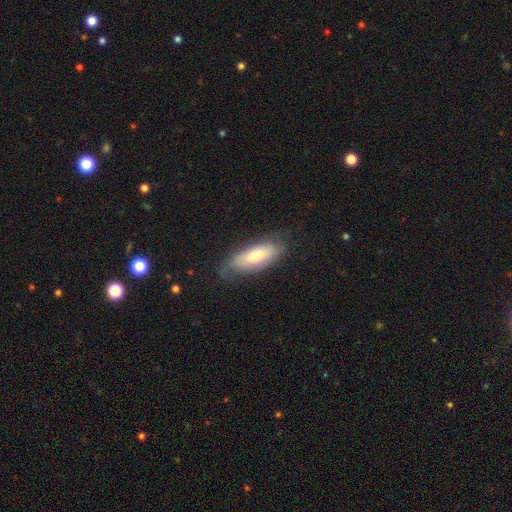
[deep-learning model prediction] This appears to be a smooth galaxy with no disk features (68%) that is in between round and cigar-shaped (73%). Merging: none (68%).